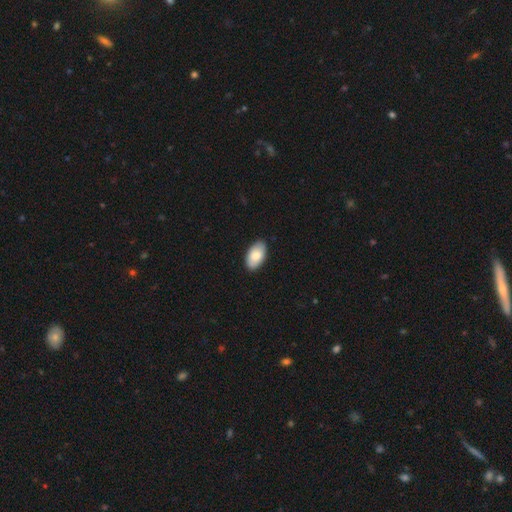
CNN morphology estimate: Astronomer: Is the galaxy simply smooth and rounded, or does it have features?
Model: smooth — 83%.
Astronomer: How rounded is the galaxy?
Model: in between — 95%.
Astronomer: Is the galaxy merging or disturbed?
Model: none — 89%.